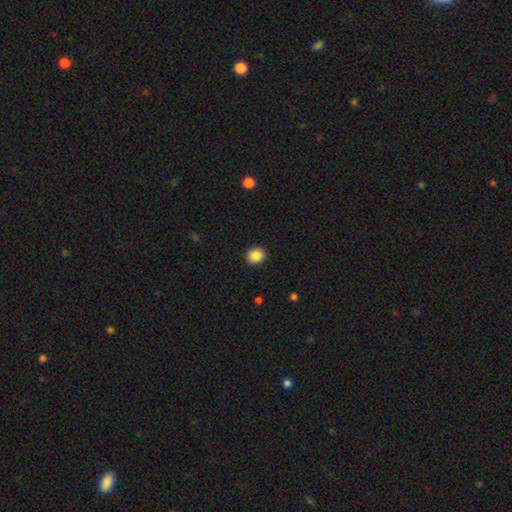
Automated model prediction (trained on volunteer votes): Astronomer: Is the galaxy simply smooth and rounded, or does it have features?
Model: smooth — 87%.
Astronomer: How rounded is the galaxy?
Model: round — 80%.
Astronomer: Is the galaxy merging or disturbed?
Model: none — 92%.